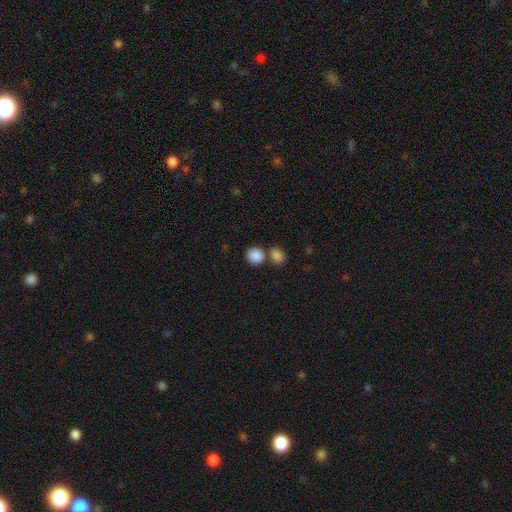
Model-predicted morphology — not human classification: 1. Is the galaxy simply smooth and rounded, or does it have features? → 88% smooth, 8% star or artifact, 4% featured or disk.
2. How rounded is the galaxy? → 81% round, 18% in between, 1% cigar-shaped.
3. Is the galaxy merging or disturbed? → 59% none, 30% merger, 8% minor disturbance, 3% major disturbance.